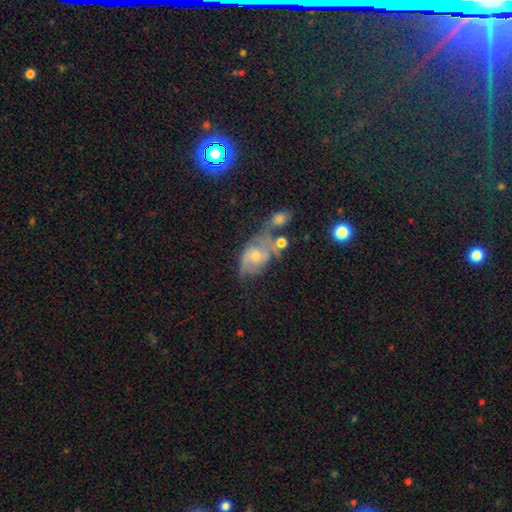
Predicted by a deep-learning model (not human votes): Morphology: type=featured or disk (59%); edge-on=no (94%); bar=no (68%); spiral arms=yes (73%); bulge=moderate (54%); merging=none (30%).